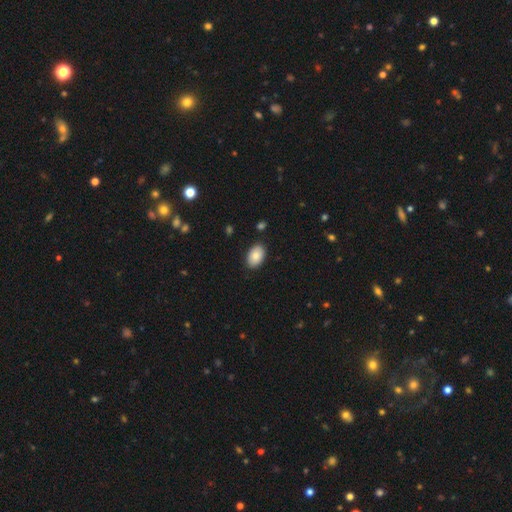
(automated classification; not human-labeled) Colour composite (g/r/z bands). It shows a smooth galaxy with no disk features (84%) that is in between round and cigar-shaped (91%). Merging: none (88%).